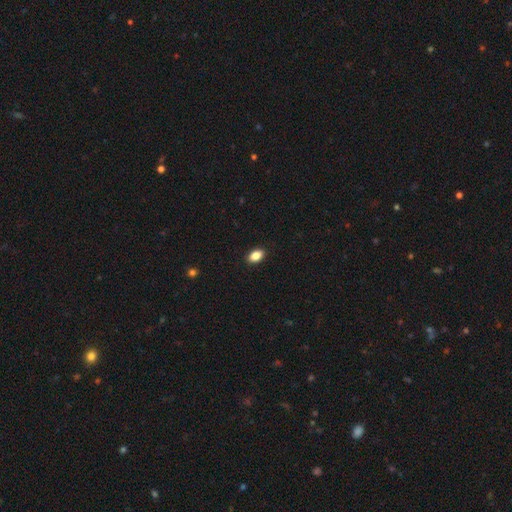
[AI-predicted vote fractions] Morphology: type=smooth (87%); roundness=in between (88%); merging=none (90%).